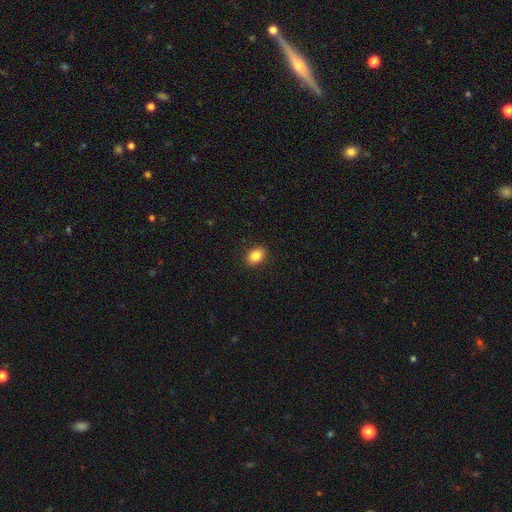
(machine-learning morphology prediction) smooth 85%, star or artifact 9%, featured or disk 6%. Down the decision tree: how rounded — in between (71%); merging — none (90%).